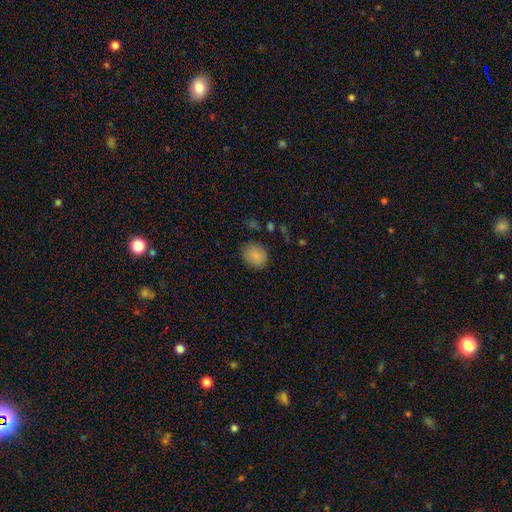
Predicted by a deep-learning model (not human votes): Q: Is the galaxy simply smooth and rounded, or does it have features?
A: smooth — 85%.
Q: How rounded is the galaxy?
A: round — 63%.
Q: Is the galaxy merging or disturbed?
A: none — 80%.